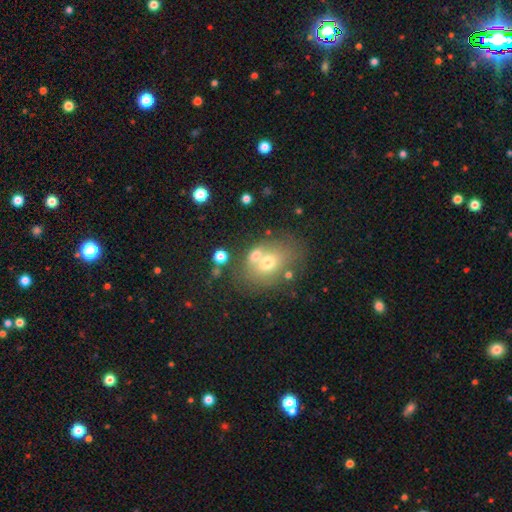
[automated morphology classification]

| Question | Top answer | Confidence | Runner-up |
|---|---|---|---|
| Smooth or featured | smooth | 61% | featured or disk (26%) |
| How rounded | in between | 59% | round (39%) |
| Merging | none | 43% | merger (36%) |